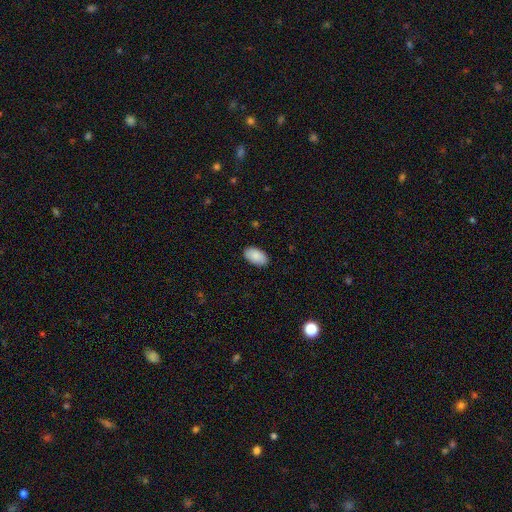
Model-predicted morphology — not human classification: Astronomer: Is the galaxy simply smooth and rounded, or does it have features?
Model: smooth — 88%.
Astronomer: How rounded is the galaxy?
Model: in between — 95%.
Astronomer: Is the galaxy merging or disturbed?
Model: none — 89%.